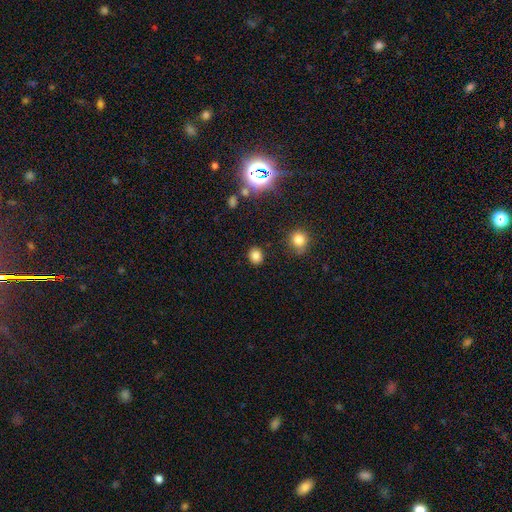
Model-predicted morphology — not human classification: This is clearly a smooth galaxy (81%). How rounded: likely round (62%). Merging: clearly none (88%).